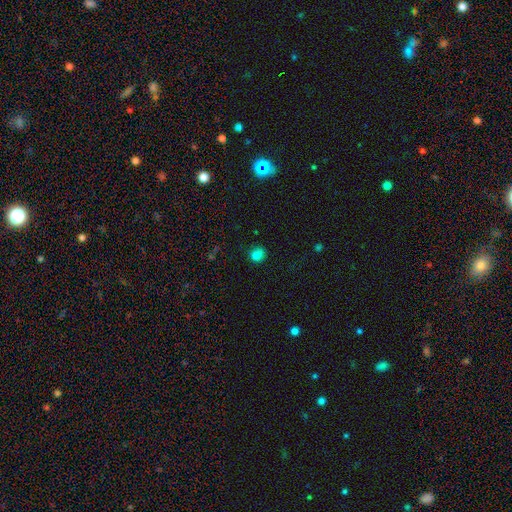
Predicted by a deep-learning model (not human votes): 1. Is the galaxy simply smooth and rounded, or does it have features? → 78% smooth, 14% star or artifact, 8% featured or disk.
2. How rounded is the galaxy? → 74% round, 25% in between, 1% cigar-shaped.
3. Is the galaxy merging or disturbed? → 65% none, 25% minor disturbance, 7% major disturbance, 3% merger.